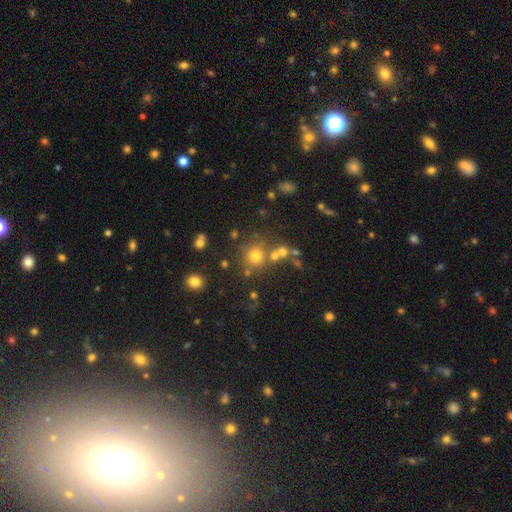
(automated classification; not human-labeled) This is likely a smooth galaxy (69%). How rounded: clearly round (89%). Merging: likely none (67%).